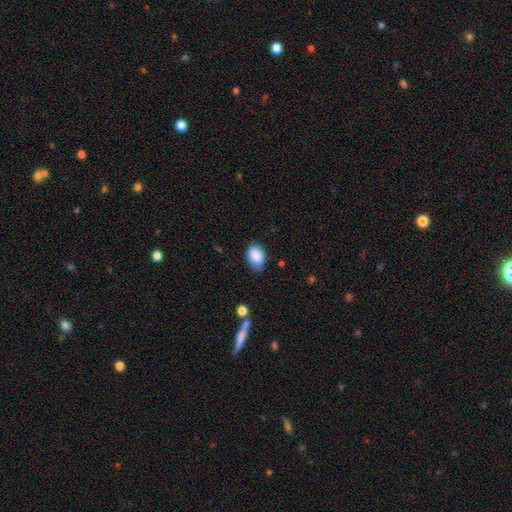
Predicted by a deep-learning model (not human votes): A smooth galaxy with no disk features (87%) that is in between round and cigar-shaped (84%).

Vote fractions:
- Smooth or featured? smooth: 87% / star or artifact: 7% / featured or disk: 6%
- How rounded? in between: 84% / round: 15% / cigar-shaped: 1%
- Merging? none: 68% / minor disturbance: 25% / major disturbance: 5% / merger: 2%